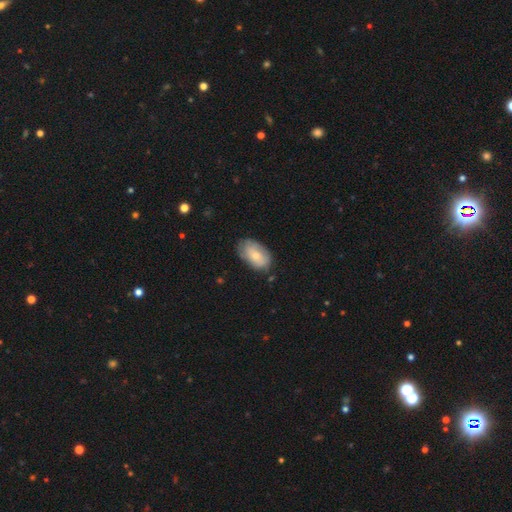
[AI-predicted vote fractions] Morphology: type=smooth (68%); roundness=in between (91%); merging=none (69%).